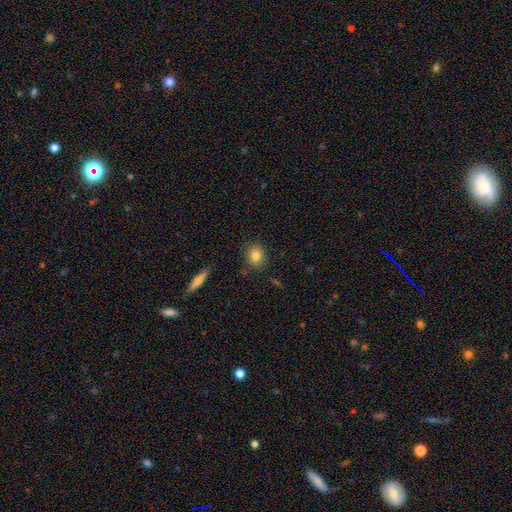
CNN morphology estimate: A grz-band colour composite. It shows a smooth galaxy with no disk features (82%) that is round (66%). Merging: none (84%).